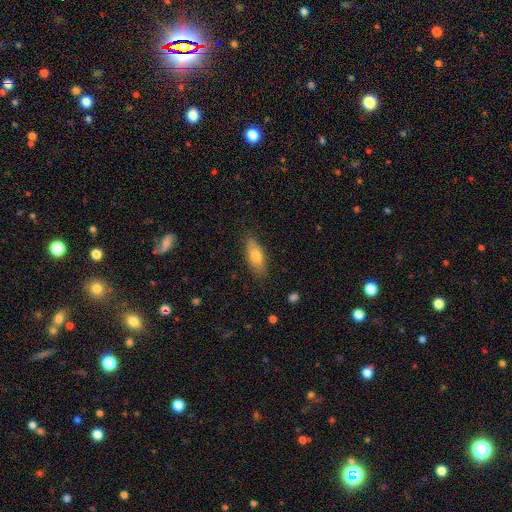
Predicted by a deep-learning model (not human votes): Smooth or featured: smooth — 74% (featured or disk — 20%)
How rounded: in between — 77% (cigar-shaped — 20%)
Merging: none — 81% (minor disturbance — 14%)